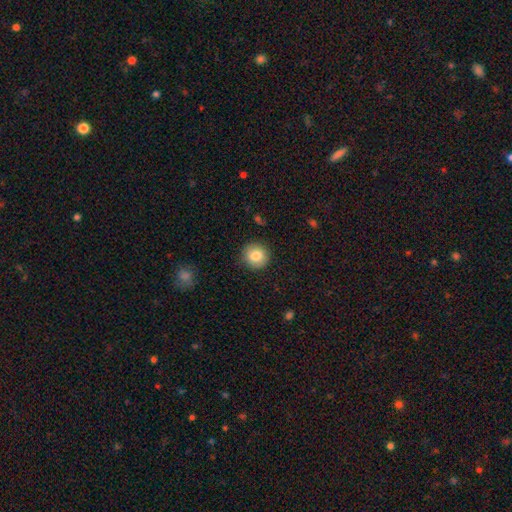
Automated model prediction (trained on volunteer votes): Morphology: type=smooth (83%); roundness=round (92%); merging=none (90%).